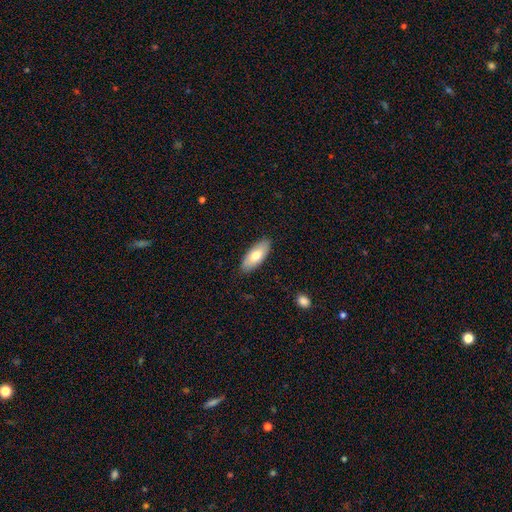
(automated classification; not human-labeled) Smooth or featured? Predicted: smooth (p=0.74). How rounded? Predicted: in between (p=0.83). Merging? Predicted: none (p=0.88).